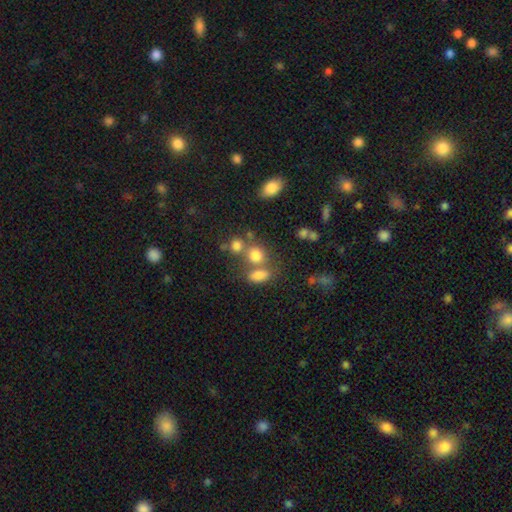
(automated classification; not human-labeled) A smooth galaxy with no disk features (75%) that is round (66%).

Vote fractions:
- Smooth or featured? smooth: 75% / star or artifact: 15% / featured or disk: 10%
- How rounded? round: 66% / in between: 32% / cigar-shaped: 2%
- Merging? none: 50% / merger: 33% / minor disturbance: 11% / major disturbance: 6%